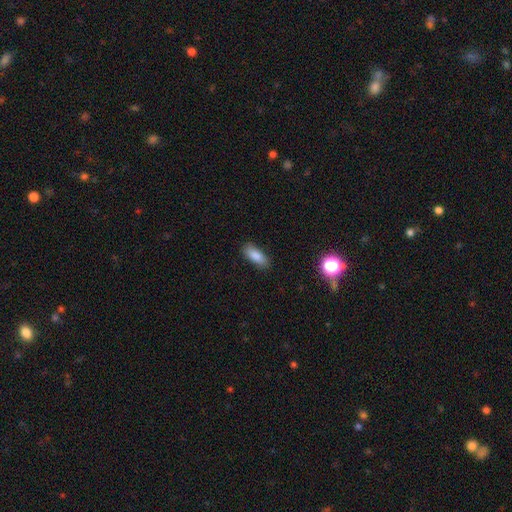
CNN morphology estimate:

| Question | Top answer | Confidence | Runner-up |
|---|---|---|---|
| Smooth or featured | smooth | 85% | star or artifact (8%) |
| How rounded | in between | 74% | cigar-shaped (24%) |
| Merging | none | 86% | minor disturbance (11%) |